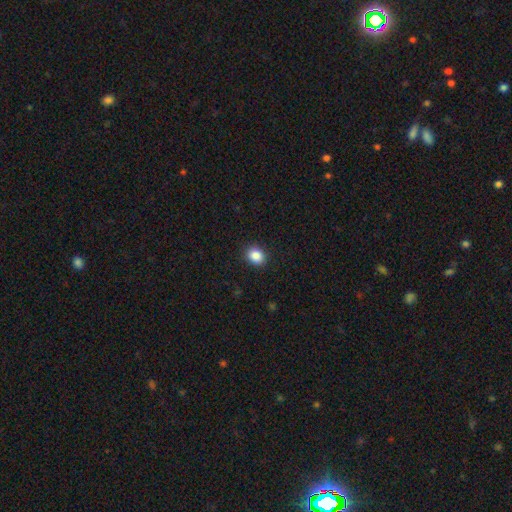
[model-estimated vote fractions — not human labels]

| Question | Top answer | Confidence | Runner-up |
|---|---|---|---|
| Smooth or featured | smooth | 87% | star or artifact (9%) |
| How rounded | round | 53% | in between (46%) |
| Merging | none | 90% | minor disturbance (7%) |